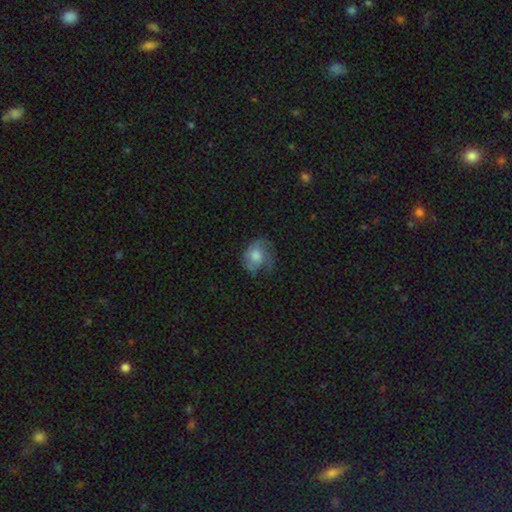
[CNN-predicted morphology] Overall: smooth (58%; featured or disk 34%). How rounded: round (56%; in between 43%). Merging: none (49%; minor disturbance 29%).